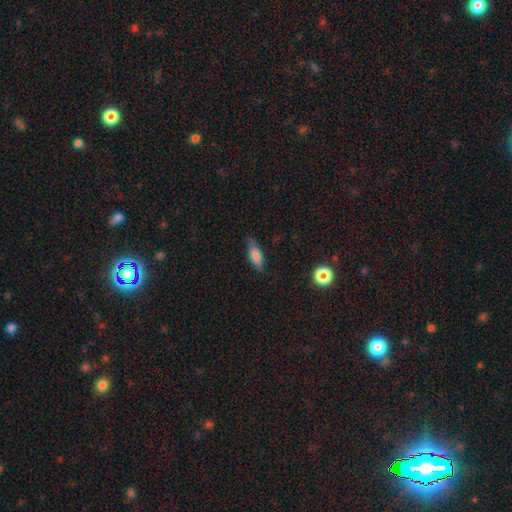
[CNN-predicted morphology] The model was most divided on "how rounded": in between: 61%, cigar-shaped: 36%, round: 3%. More confident: merging — none (80%); smooth or featured — smooth (77%).